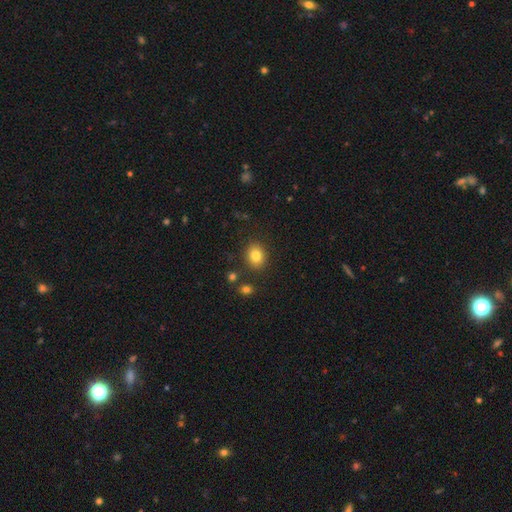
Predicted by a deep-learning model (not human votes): smooth 82%, star or artifact 10%, featured or disk 8%. Down the decision tree: how rounded — round (57%); merging — none (86%).